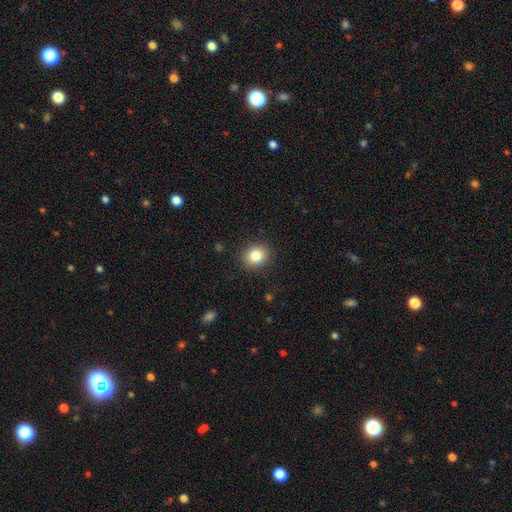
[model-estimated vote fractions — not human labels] Smooth or featured? Predicted: smooth (p=0.83). How rounded? Predicted: round (p=0.62). Merging? Predicted: none (p=0.88).